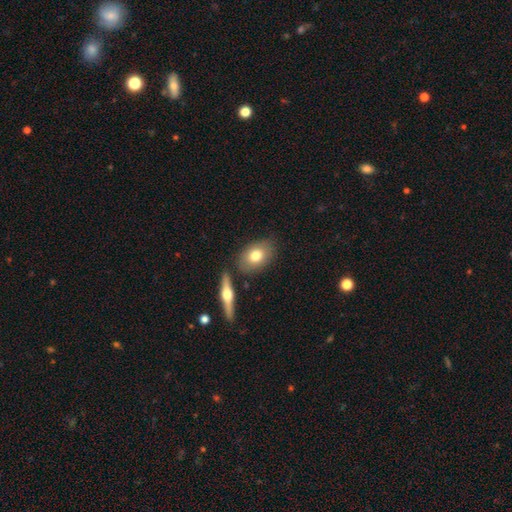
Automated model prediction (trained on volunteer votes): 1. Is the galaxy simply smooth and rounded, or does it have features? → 73% smooth, 20% featured or disk, 6% star or artifact.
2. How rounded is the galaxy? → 81% in between, 16% round, 3% cigar-shaped.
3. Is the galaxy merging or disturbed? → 77% none, 11% minor disturbance, 9% merger, 3% major disturbance.